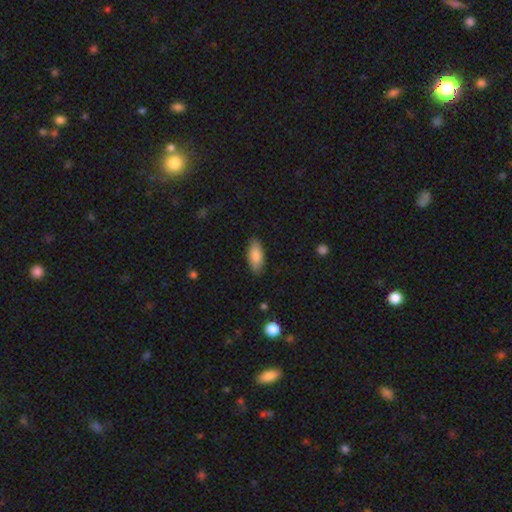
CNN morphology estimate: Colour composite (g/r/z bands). It shows a smooth galaxy with no disk features (86%) that is in between round and cigar-shaped (85%). Merging: none (87%).